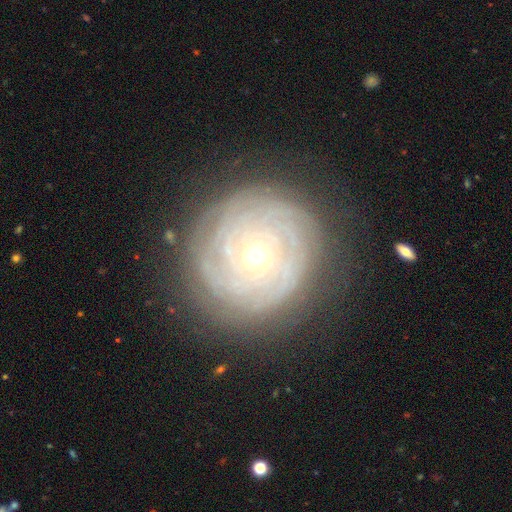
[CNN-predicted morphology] This is clearly a featured or disk galaxy (82%). It is clearly not viewed edge-on (97%). Bar: clearly no (81%). Spiral arm pattern: clearly yes (95%). Spiral arm count: marginally can't tell (34%). Spiral winding: clearly tight (88%). Central bulge: likely small (65%). Merging: clearly none (83%).